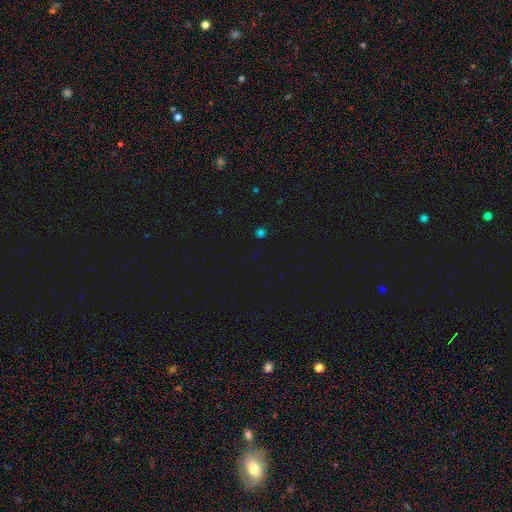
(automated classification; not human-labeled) Overall: smooth (53%; star or artifact 42%). How rounded: round (90%). Merging: none (89%).